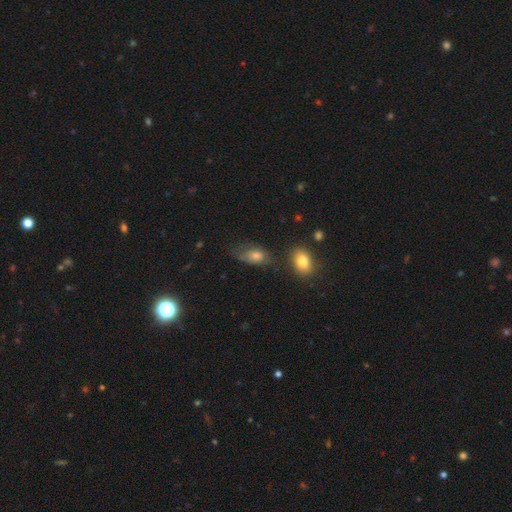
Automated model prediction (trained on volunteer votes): This appears to be a smooth galaxy with no disk features (63%) that is in between round and cigar-shaped (86%). Merging: none (43%).